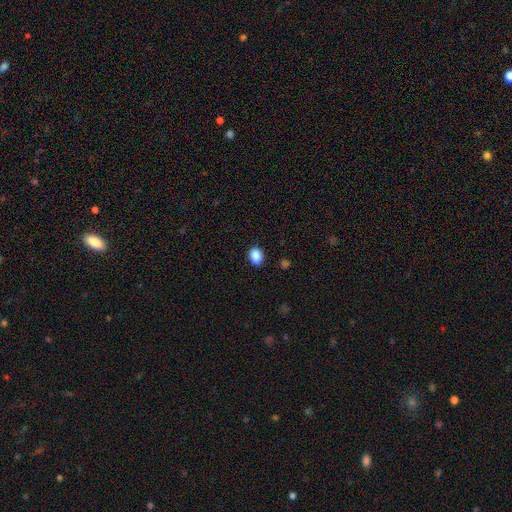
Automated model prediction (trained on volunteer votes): This is clearly a smooth galaxy (88%). How rounded: likely in between (70%). Merging: clearly none (88%).